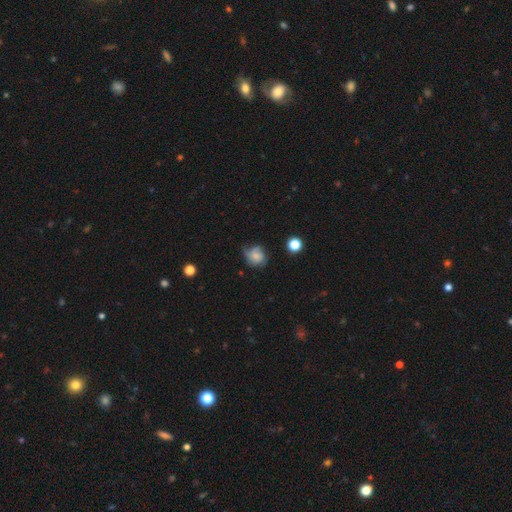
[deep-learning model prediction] Smooth or featured? smooth (53%)
How rounded? round (70%)
Merging? none (52%)